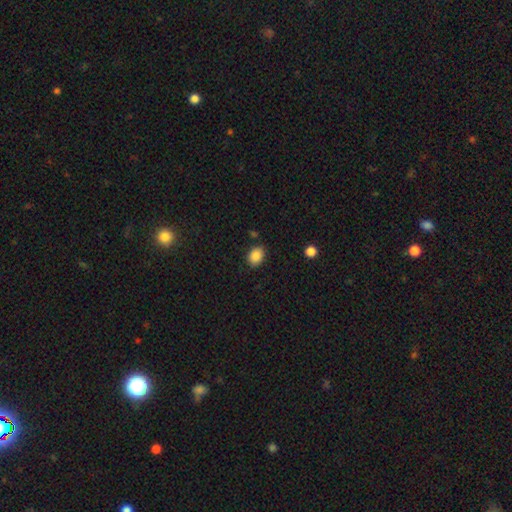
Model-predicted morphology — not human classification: smooth_or_featured: smooth (p=0.87) [alt: star or artifact p=0.09]
how_rounded: in between (p=0.68) [alt: round p=0.31]
merging: none (p=0.82) [alt: minor disturbance p=0.13]